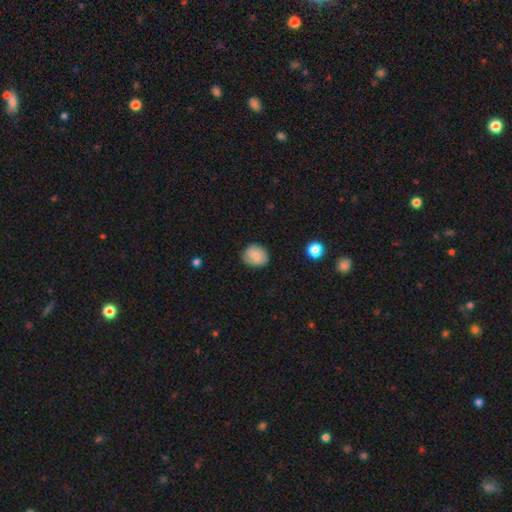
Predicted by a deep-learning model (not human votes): A smooth galaxy with no disk features (81%) that is round (71%).

Vote fractions:
- Smooth or featured? smooth: 81% / featured or disk: 12% / star or artifact: 8%
- How rounded? round: 71% / in between: 28% / cigar-shaped: 1%
- Merging? none: 79% / minor disturbance: 16% / major disturbance: 3% / merger: 1%